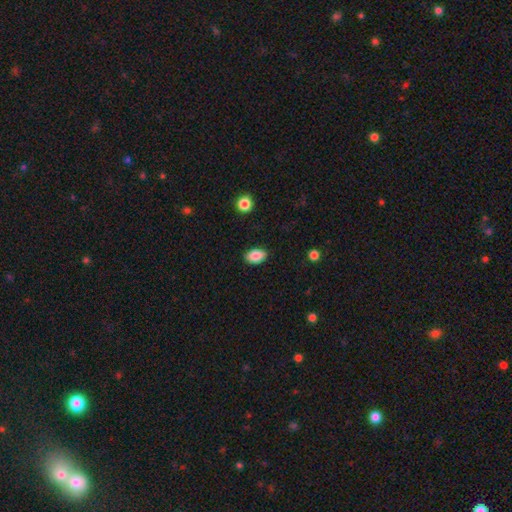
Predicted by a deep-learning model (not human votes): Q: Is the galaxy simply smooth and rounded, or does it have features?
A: smooth — 86%.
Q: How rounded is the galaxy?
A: in between — 89%.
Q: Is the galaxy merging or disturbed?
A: none — 87%.